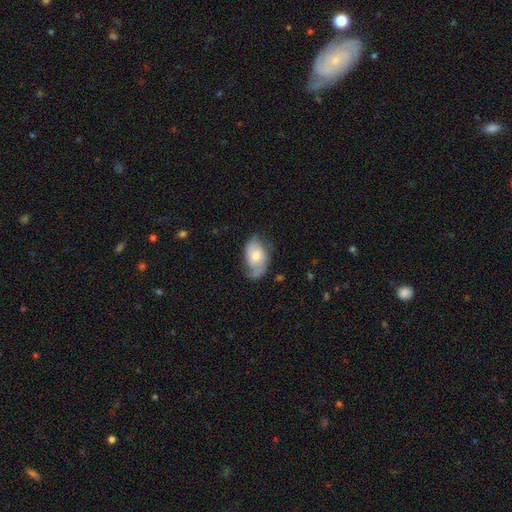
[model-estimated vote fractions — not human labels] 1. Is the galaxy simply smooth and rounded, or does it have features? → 53% featured or disk, 40% smooth, 7% star or artifact.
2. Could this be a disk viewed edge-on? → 95% no, 5% yes.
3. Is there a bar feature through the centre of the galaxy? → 72% no, 23% weak, 5% strong.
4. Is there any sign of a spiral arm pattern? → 79% yes, 21% no.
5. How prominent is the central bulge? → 58% moderate, 31% small, 7% large, 2% none, 1% dominant.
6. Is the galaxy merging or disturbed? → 53% none, 31% minor disturbance, 14% major disturbance, 2% merger.